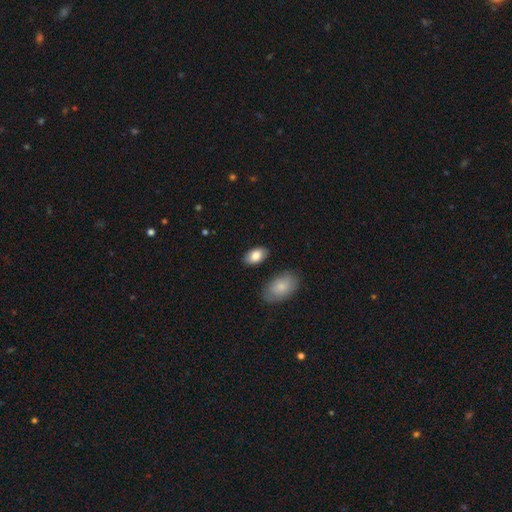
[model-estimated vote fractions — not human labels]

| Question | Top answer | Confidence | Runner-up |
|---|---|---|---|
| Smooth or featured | smooth | 82% | featured or disk (12%) |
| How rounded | in between | 93% | round (5%) |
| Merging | none | 84% | minor disturbance (11%) |